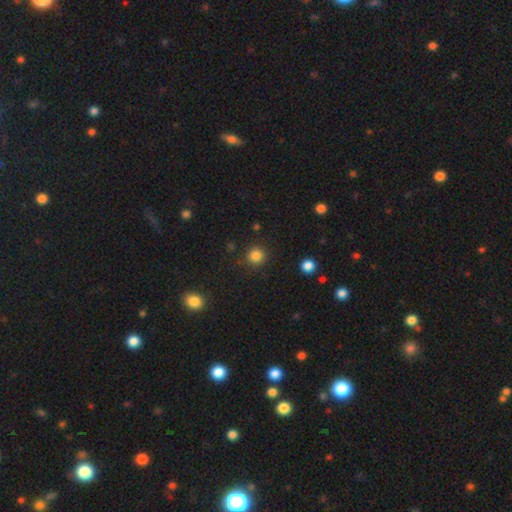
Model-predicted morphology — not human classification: This appears to be a smooth galaxy with no disk features (84%) that is round (92%). Merging: none (88%).